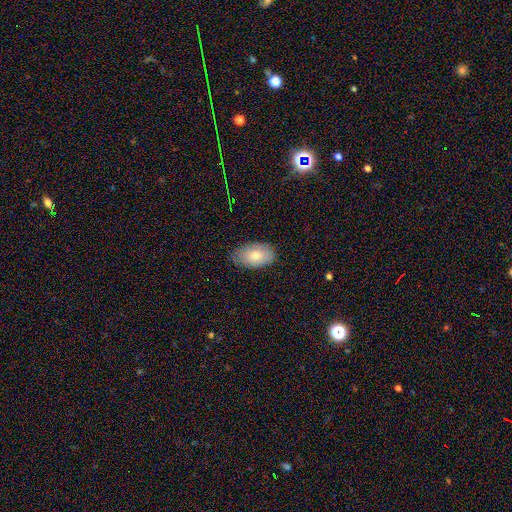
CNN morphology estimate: Smooth or featured? Predicted: smooth (p=0.72). How rounded? Predicted: in between (p=0.93). Merging? Predicted: none (p=0.77).